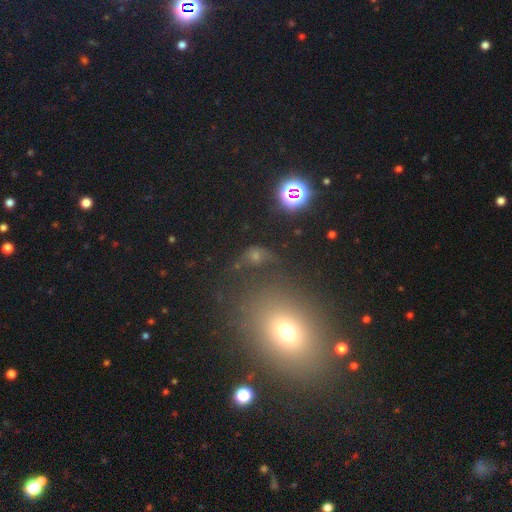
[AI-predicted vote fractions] A smooth galaxy with no disk features (43%).

Vote fractions:
- Smooth or featured? smooth: 43% / star or artifact: 37% / featured or disk: 19%
- Merging? none: 44% / major disturbance: 27% / minor disturbance: 18% / merger: 12%